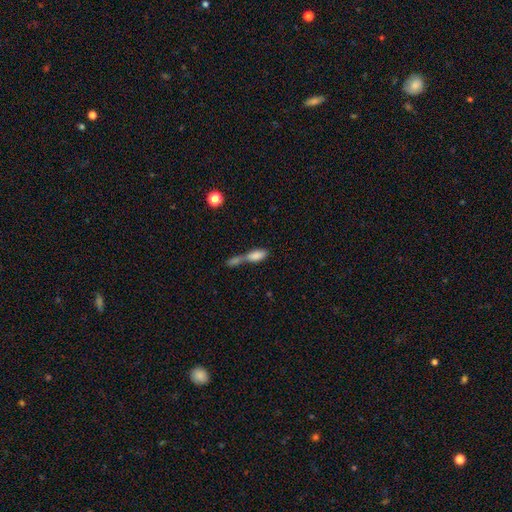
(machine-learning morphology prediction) smooth_or_featured: smooth (p=0.77) [alt: featured or disk p=0.15]
how_rounded: in between (p=0.69) [alt: cigar-shaped p=0.27]
merging: merger (p=0.73) [alt: none p=0.14]